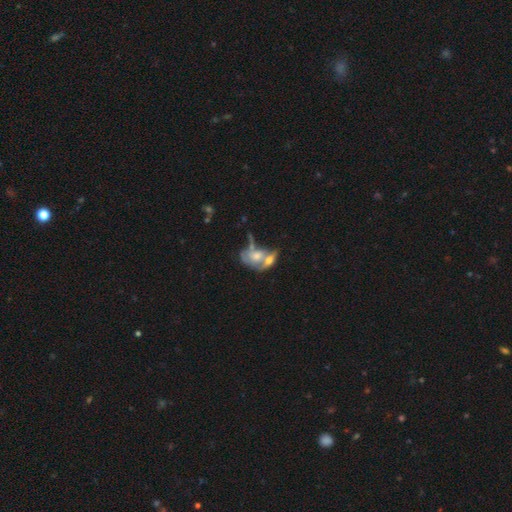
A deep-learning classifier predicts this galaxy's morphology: smooth_or_featured: featured or disk (p=0.51) [alt: smooth p=0.39]
disk_edge_on: no (p=0.88) [alt: yes p=0.12]
merging: merger (p=0.61) [alt: none p=0.17]